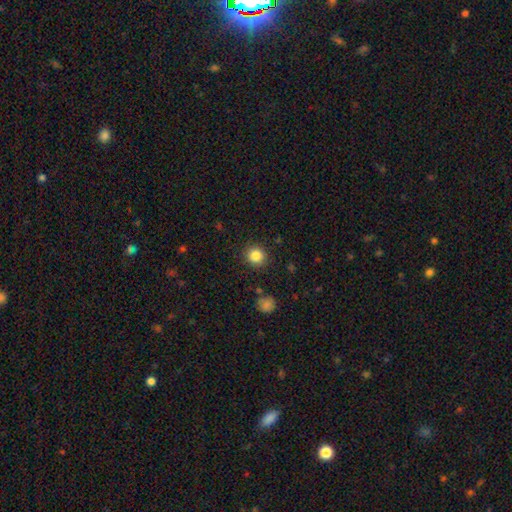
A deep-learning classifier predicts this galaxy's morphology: Overall: smooth (85%). How rounded: round (91%). Merging: none (89%).